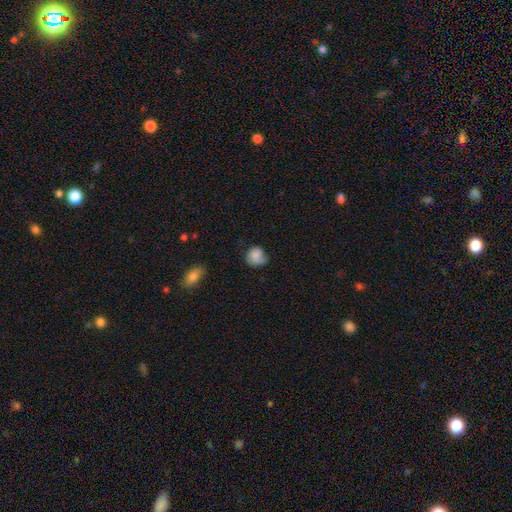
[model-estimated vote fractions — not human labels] Overall: smooth (70%). How rounded: round (67%; in between 32%). Merging: none (45%; minor disturbance 33%).